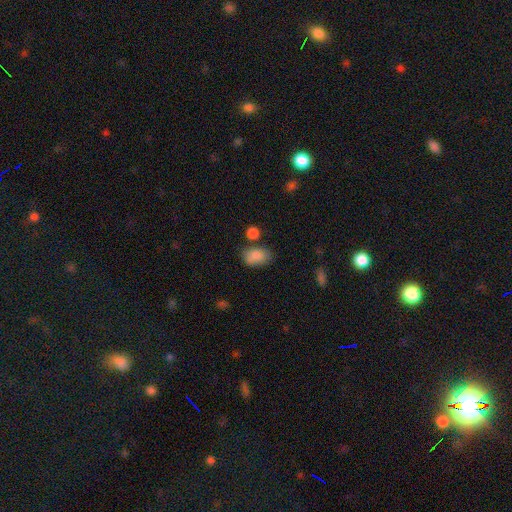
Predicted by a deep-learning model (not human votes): The model was most divided on "merging": none: 63%, minor disturbance: 22%, merger: 9%, major disturbance: 6%. More confident: how rounded — in between (87%); smooth or featured — smooth (86%).